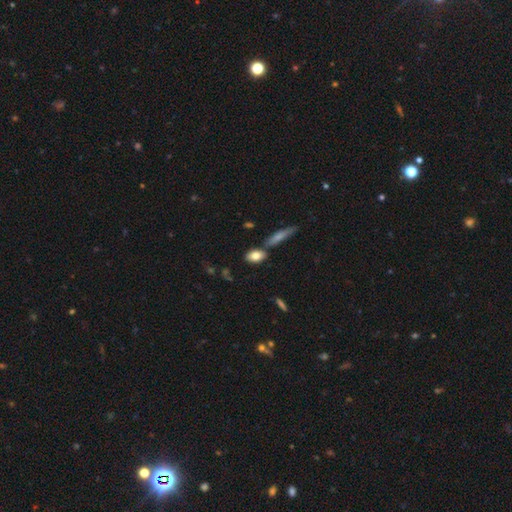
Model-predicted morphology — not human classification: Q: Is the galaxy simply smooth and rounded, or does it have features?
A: smooth — 79%.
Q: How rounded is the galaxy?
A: in between — 84%.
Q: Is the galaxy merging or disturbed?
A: none — 70%.